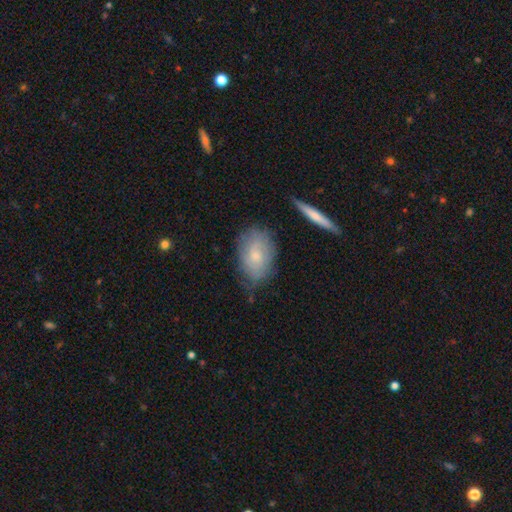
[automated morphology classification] Smooth or featured?
  - smooth: 62% *
  - featured or disk: 31%
  - star or artifact: 7%
How rounded?
  - in between: 87% *
  - round: 10%
  - cigar-shaped: 3%
Merging?
  - none: 64% *
  - minor disturbance: 26%
  - major disturbance: 6%
  - merger: 3%